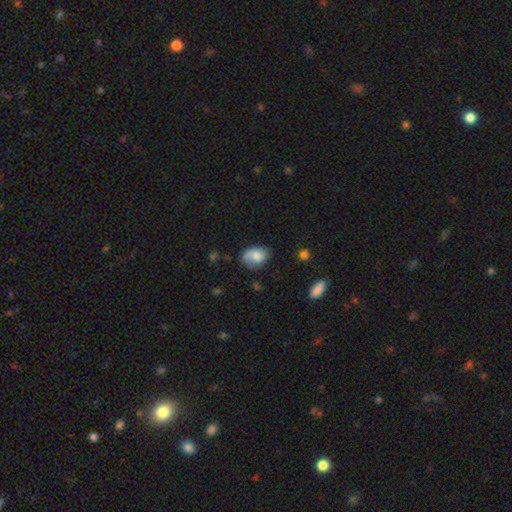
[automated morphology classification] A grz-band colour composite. It shows a smooth galaxy with no disk features (69%) that is in between round and cigar-shaped (76%). Merging: none (51%).